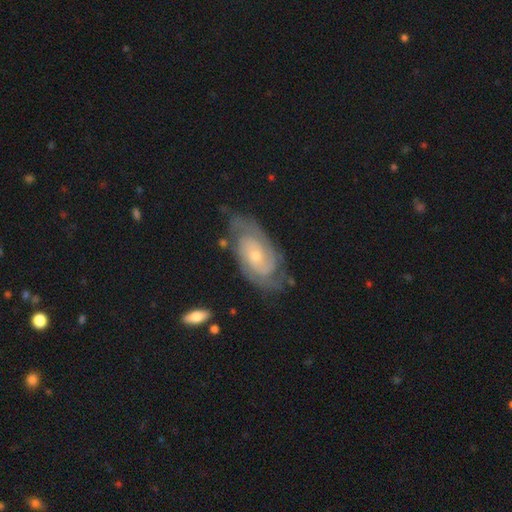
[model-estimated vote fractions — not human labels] smooth_or_featured: featured or disk (p=0.85) [alt: smooth p=0.09]
disk_edge_on: no (p=0.95) [alt: yes p=0.05]
bar: no (p=0.70) [alt: weak p=0.25]
has_spiral_arms: yes (p=0.96) [alt: no p=0.04]
spiral_winding: tight (p=0.67) [alt: medium p=0.27]
spiral_arm_count: 2 (p=0.56) [alt: can't tell p=0.22]
bulge_size: small (p=0.65) [alt: moderate p=0.31]
merging: none (p=0.68) [alt: minor disturbance p=0.21]